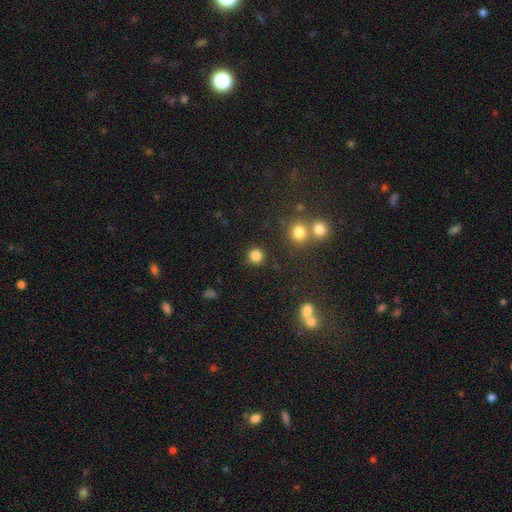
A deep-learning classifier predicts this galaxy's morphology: type=smooth (83%); roundness=round (93%); merging=none (86%).